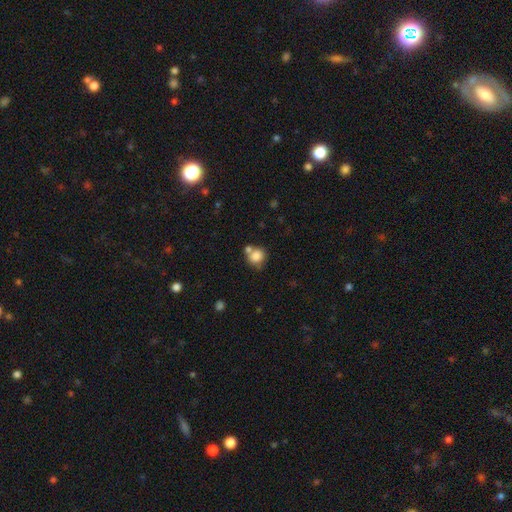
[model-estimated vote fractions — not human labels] smooth_or_featured: smooth (p=0.83) [alt: star or artifact p=0.10]
how_rounded: round (p=0.82) [alt: in between p=0.17]
merging: none (p=0.54) [alt: merger p=0.29]